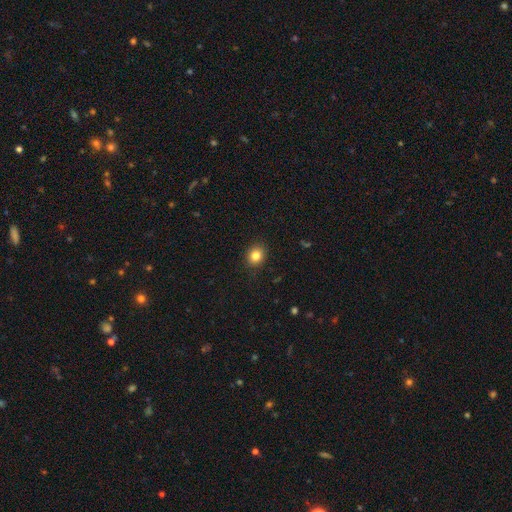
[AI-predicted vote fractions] Smooth or featured? Predicted: smooth (p=0.83). How rounded? Predicted: round (p=0.67). Merging? Predicted: none (p=0.89).